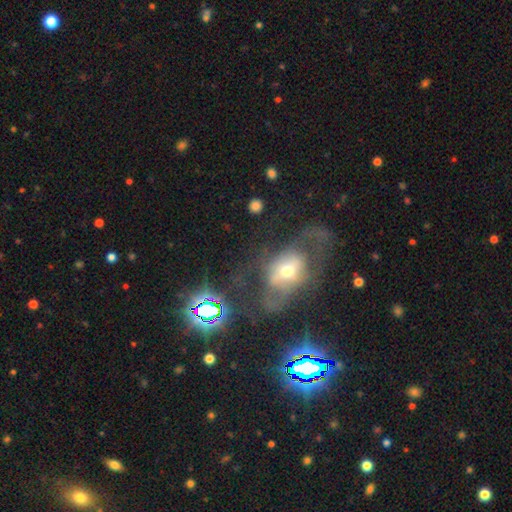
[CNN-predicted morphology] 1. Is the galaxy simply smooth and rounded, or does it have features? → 61% featured or disk, 21% star or artifact, 18% smooth.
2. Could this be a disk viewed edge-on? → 92% no, 8% yes.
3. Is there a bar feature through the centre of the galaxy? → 66% no, 24% weak, 10% strong.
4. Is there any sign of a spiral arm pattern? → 68% yes, 32% no.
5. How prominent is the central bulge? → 48% moderate, 42% small, 6% large, 2% none, 2% dominant.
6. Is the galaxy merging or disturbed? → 55% none, 21% major disturbance, 18% minor disturbance, 6% merger.